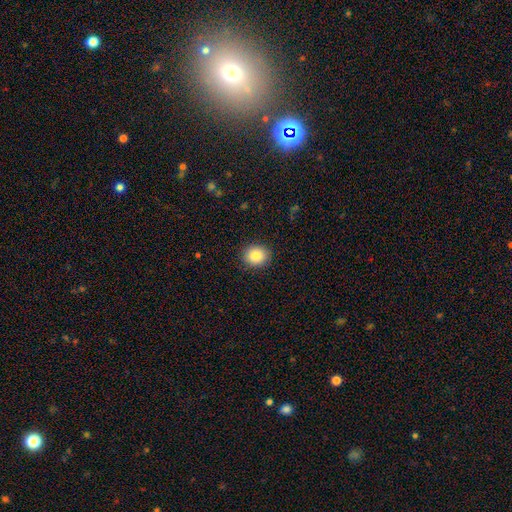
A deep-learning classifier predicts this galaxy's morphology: smooth 87%, star or artifact 8%, featured or disk 5%. Down the decision tree: how rounded — round (69%); merging — none (89%).